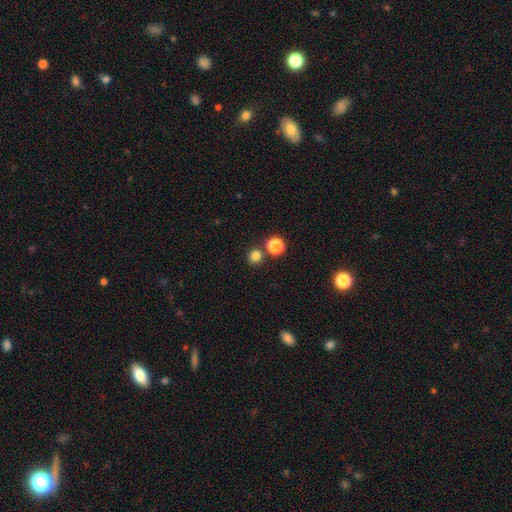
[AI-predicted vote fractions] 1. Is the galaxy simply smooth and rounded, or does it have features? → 80% smooth, 15% star or artifact, 4% featured or disk.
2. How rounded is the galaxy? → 91% round, 8% in between, 1% cigar-shaped.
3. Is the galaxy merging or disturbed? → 77% none, 14% merger, 6% minor disturbance, 2% major disturbance.